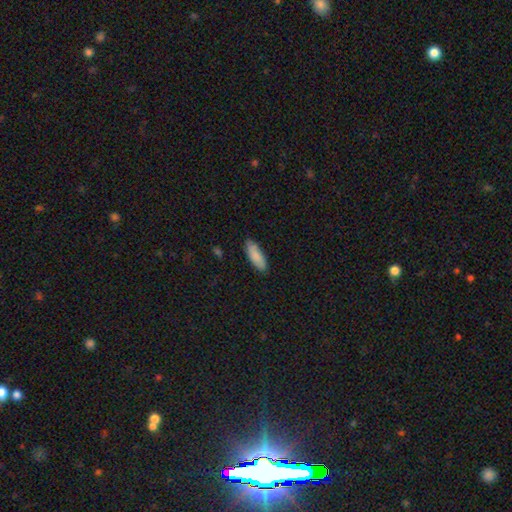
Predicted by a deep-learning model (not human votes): Smooth or featured? Predicted: smooth (p=0.85). How rounded? Predicted: in between (p=0.67). Merging? Predicted: none (p=0.79).